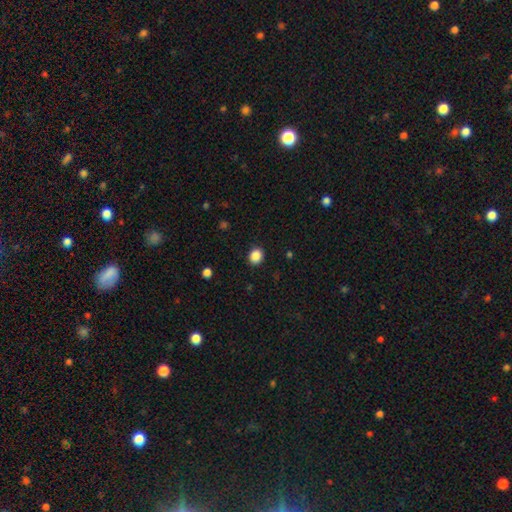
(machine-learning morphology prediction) Q: Smooth or featured?
A: smooth (87%); runner-up: star or artifact (9%)
Q: How rounded?
A: round (64%); runner-up: in between (35%)
Q: Merging?
A: none (90%); runner-up: minor disturbance (7%)